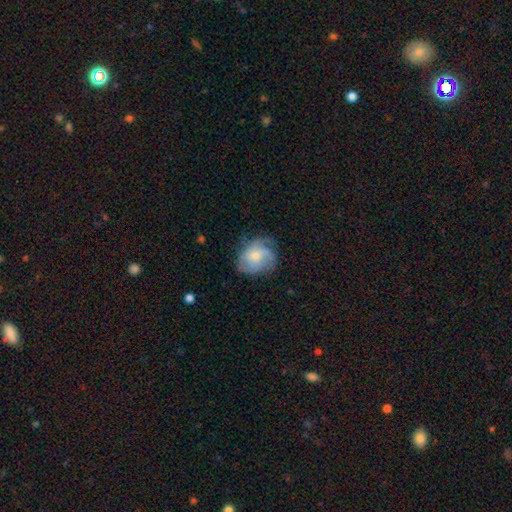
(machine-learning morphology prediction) Smooth or featured? Predicted: featured or disk (p=0.56). Edge-on disk? Predicted: no (p=0.97). Bar? Predicted: no (p=0.76). Spiral arms? Predicted: yes (p=0.84). Bulge size? Predicted: small (p=0.55). Merging? Predicted: none (p=0.62).